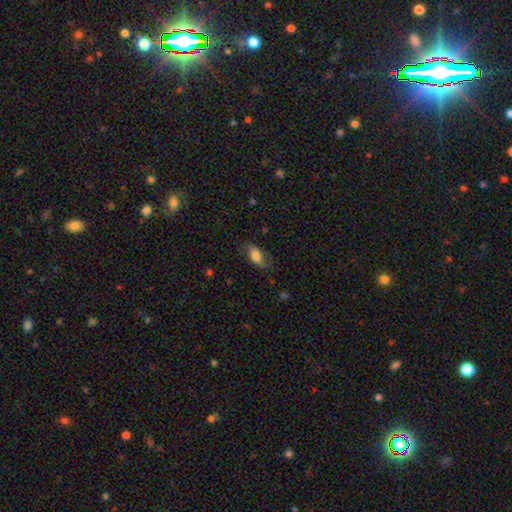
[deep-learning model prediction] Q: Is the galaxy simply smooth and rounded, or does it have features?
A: smooth — 71%.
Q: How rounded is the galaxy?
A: in between — 86%.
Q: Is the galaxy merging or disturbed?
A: none — 71%.